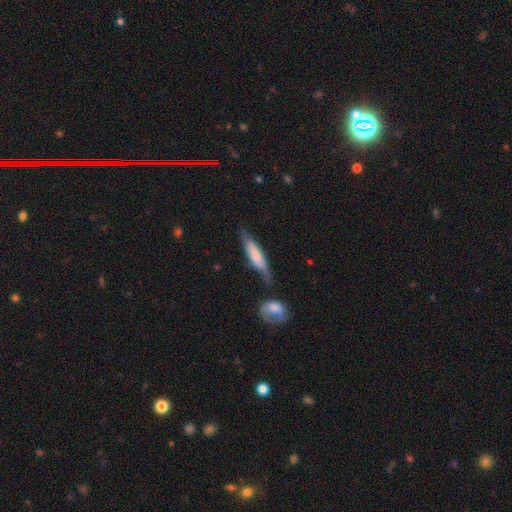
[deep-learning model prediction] Smooth or featured? Predicted: smooth (p=0.65). How rounded? Predicted: cigar-shaped (p=0.76). Merging? Predicted: none (p=0.53).